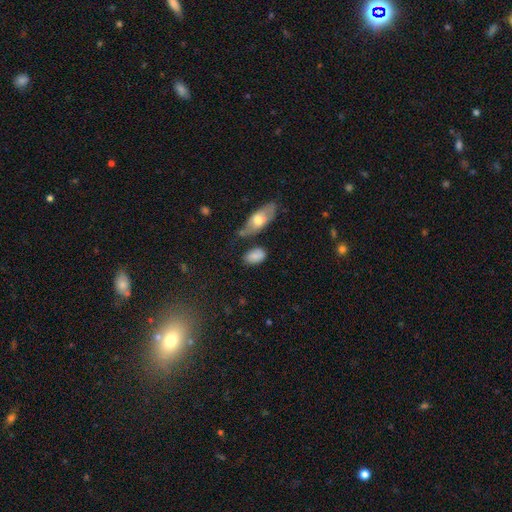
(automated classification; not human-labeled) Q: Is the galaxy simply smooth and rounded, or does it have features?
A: smooth — 79%.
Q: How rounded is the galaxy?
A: in between — 88%.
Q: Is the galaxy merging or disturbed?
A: none — 65%.